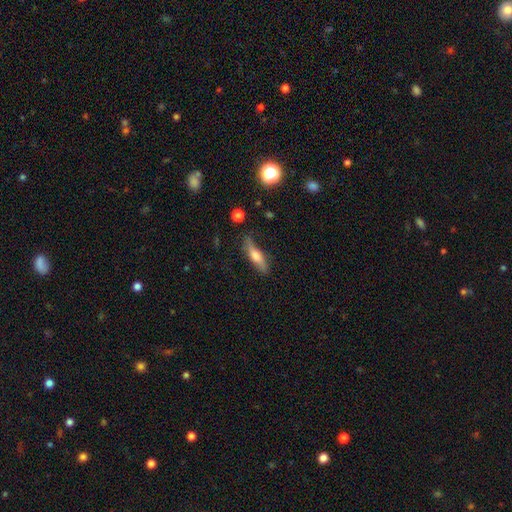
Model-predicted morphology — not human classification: A smooth galaxy with no disk features (57%) that is cigar-shaped (66%). Merging: none (73%).